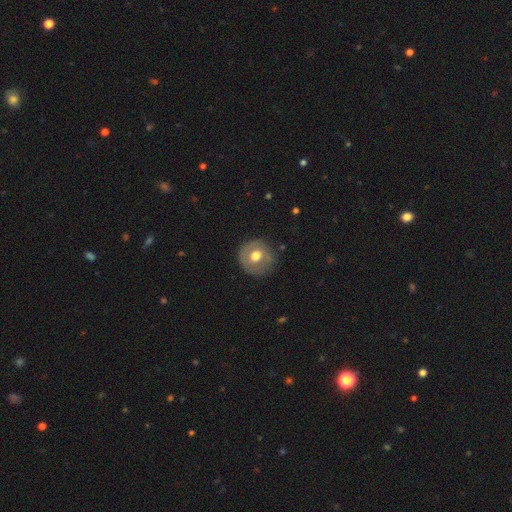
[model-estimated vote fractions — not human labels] A smooth galaxy with no disk features (54%) that is round (90%).

Vote fractions:
- Smooth or featured? smooth: 54% / featured or disk: 39% / star or artifact: 7%
- How rounded? round: 90% / in between: 9% / cigar-shaped: 1%
- Merging? none: 77% / minor disturbance: 16% / major disturbance: 5% / merger: 1%